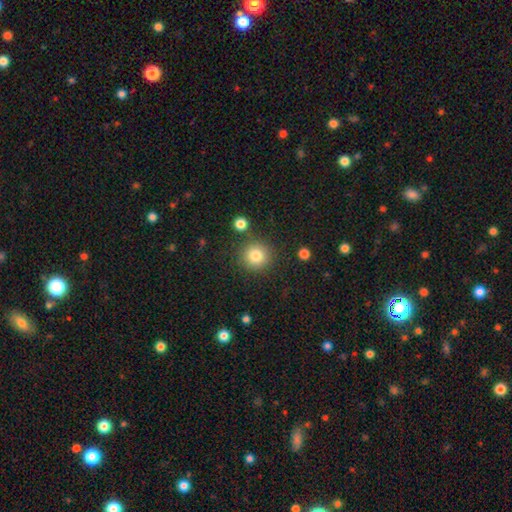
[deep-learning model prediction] A smooth galaxy with no disk features (82%) that is round (93%).

Vote fractions:
- Smooth or featured? smooth: 82% / star or artifact: 11% / featured or disk: 7%
- How rounded? round: 93% / in between: 6% / cigar-shaped: 1%
- Merging? none: 85% / minor disturbance: 7% / merger: 5% / major disturbance: 3%